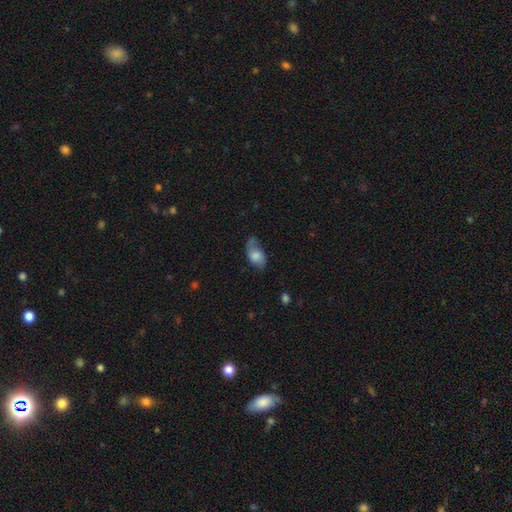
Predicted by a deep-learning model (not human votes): Overall: smooth (59%; featured or disk 33%). How rounded: in between (89%). Merging: none (50%; minor disturbance 32%).